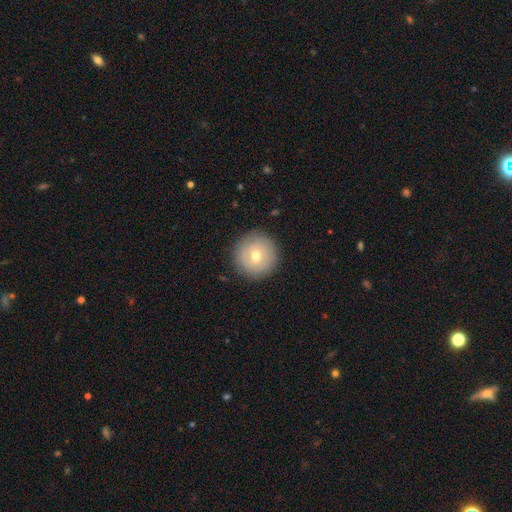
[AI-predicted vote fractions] This is possibly a smooth galaxy (59%). How rounded: clearly round (96%). Merging: clearly none (89%).